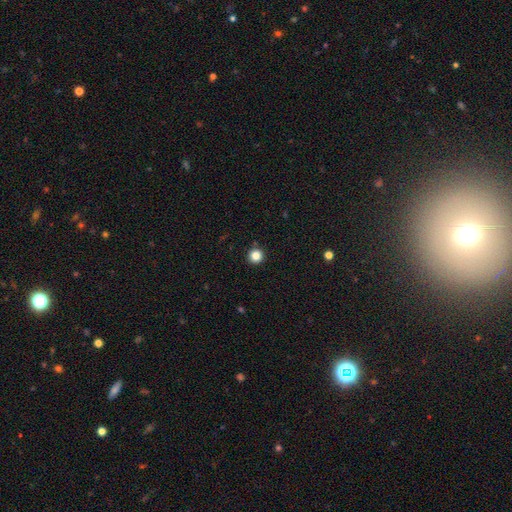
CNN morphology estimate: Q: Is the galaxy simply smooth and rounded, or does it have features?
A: smooth — 84%.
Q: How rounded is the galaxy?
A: round — 96%.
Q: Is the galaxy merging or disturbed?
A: none — 92%.